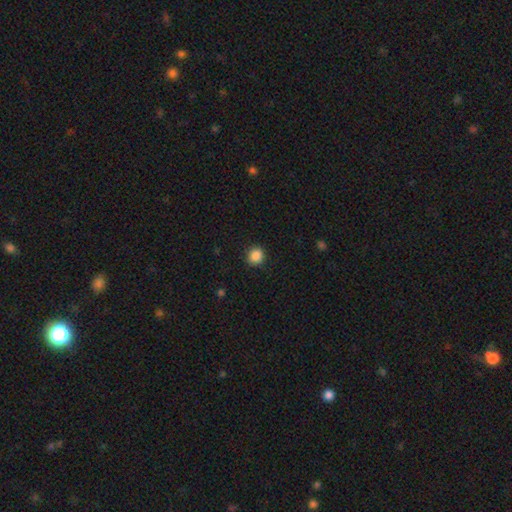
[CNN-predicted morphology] Q: Smooth or featured?
A: smooth (87%); runner-up: star or artifact (10%)
Q: How rounded?
A: round (88%); runner-up: in between (11%)
Q: Merging?
A: none (90%); runner-up: minor disturbance (7%)